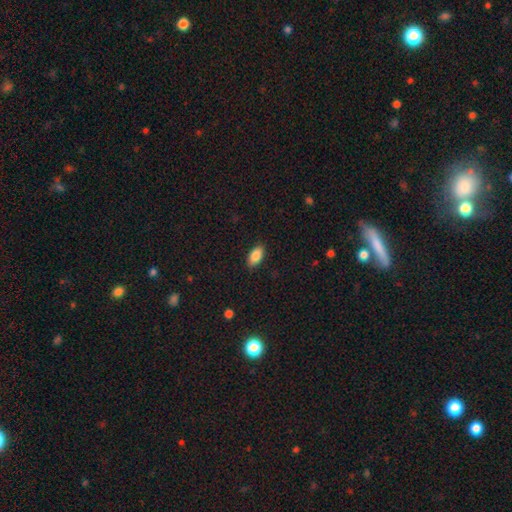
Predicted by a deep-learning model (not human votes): Morphology: type=smooth (86%); roundness=in between (91%); merging=none (88%).